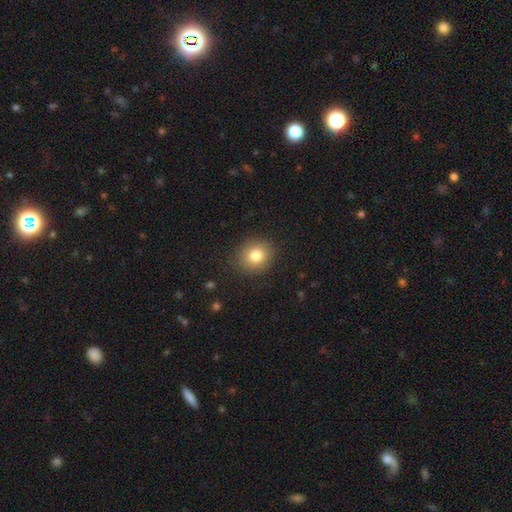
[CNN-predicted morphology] Smooth or featured? Predicted: smooth (p=0.81). How rounded? Predicted: round (p=0.78). Merging? Predicted: none (p=0.88).